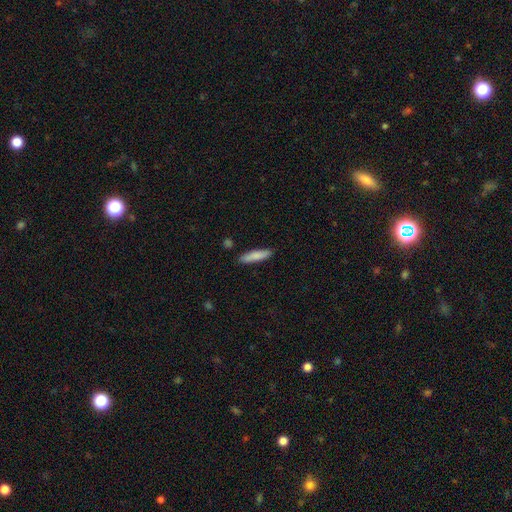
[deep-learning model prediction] Smooth or featured? smooth (82%)
How rounded? cigar-shaped (79%)
Merging? none (87%)